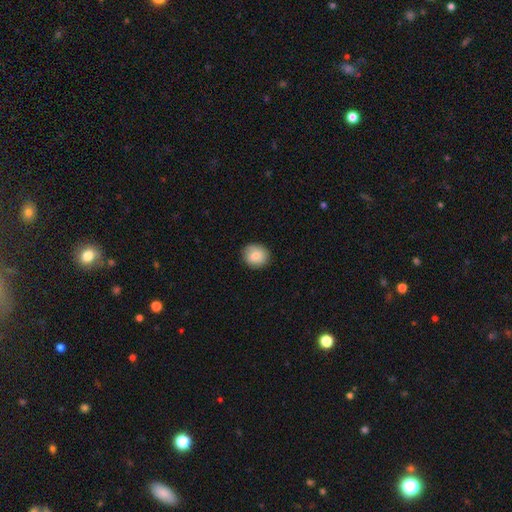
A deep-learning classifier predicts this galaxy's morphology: A smooth galaxy with no disk features (78%) that is round (76%). Merging: none (84%).